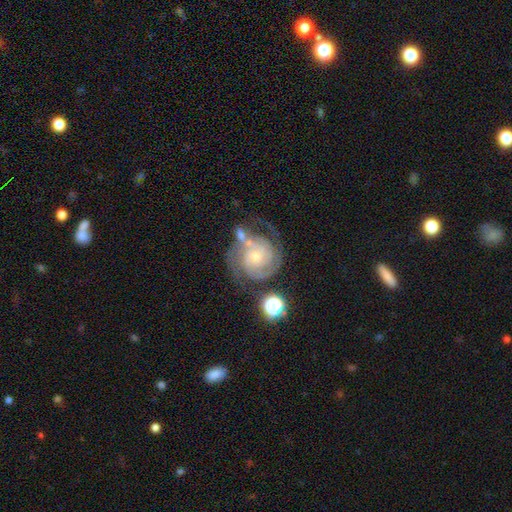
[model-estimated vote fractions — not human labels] Smooth or featured? featured or disk (86%)
Edge-on disk? no (98%)
Bar? no (73%)
Spiral arms? yes (97%)
Spiral winding? tight (67%)
Spiral arm count? 2 (36%)
Bulge size? small (66%)
Merging? none (55%)